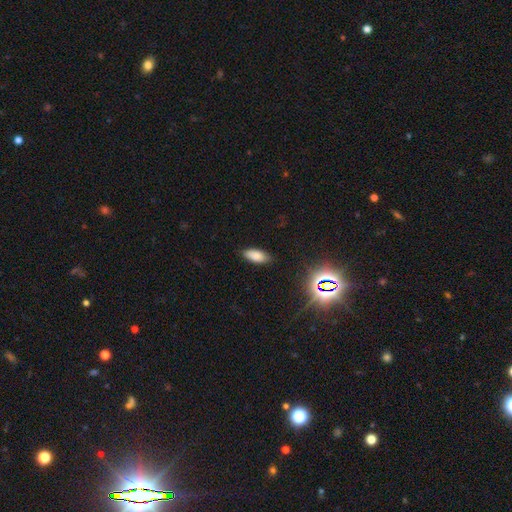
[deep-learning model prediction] Overall: smooth (81%). How rounded: in between (86%). Merging: none (84%).